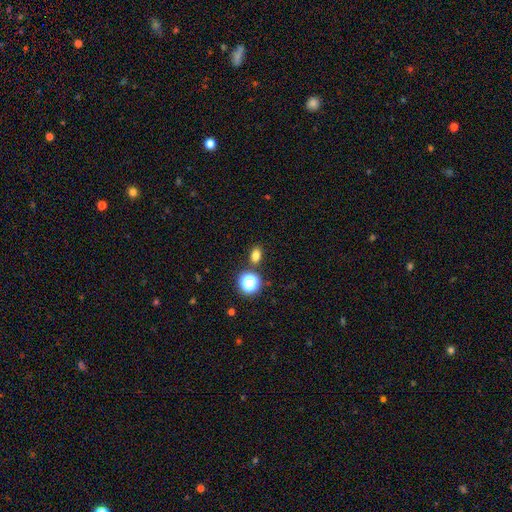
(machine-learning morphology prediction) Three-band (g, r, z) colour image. It shows a smooth galaxy with no disk features (76%) that is in between round and cigar-shaped (66%). Merging: none (82%).